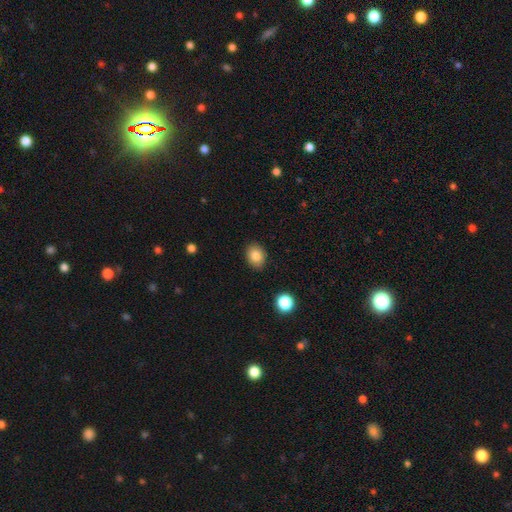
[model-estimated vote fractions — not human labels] Smooth or featured? Predicted: smooth (p=0.84). How rounded? Predicted: in between (p=0.59). Merging? Predicted: none (p=0.87).